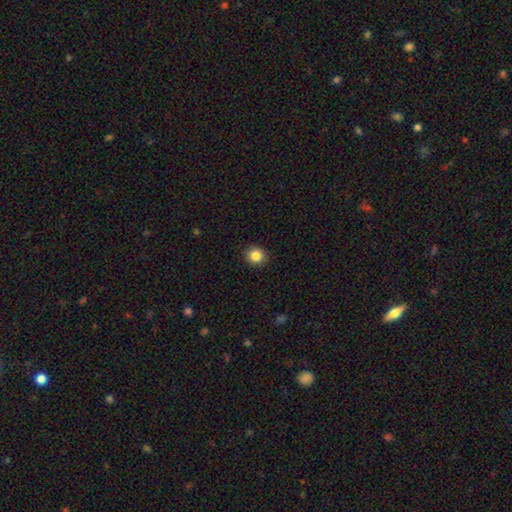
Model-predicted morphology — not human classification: A smooth galaxy with no disk features (85%) that is round (86%).

Vote fractions:
- Smooth or featured? smooth: 85% / star or artifact: 10% / featured or disk: 5%
- How rounded? round: 86% / in between: 13% / cigar-shaped: 1%
- Merging? none: 91% / minor disturbance: 6% / major disturbance: 2% / merger: 1%